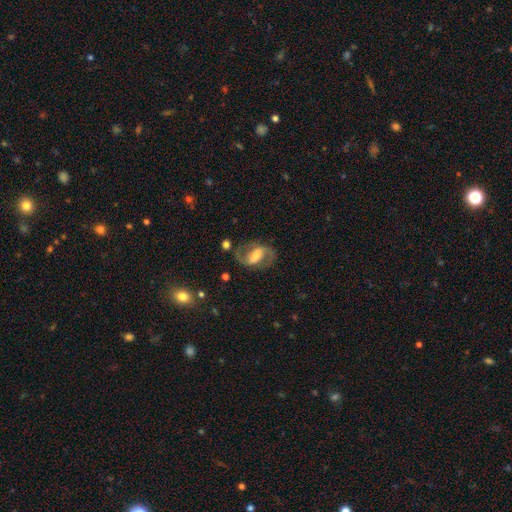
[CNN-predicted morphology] featured or disk 82%, smooth 12%, star or artifact 6%. Down the decision tree: edge-on disk — no (97%); bar — strong (43%); spiral arms — yes (94%); spiral arm count — 2 (92%); spiral winding — medium (54%); bulge size — moderate (47%); merging — none (76%).